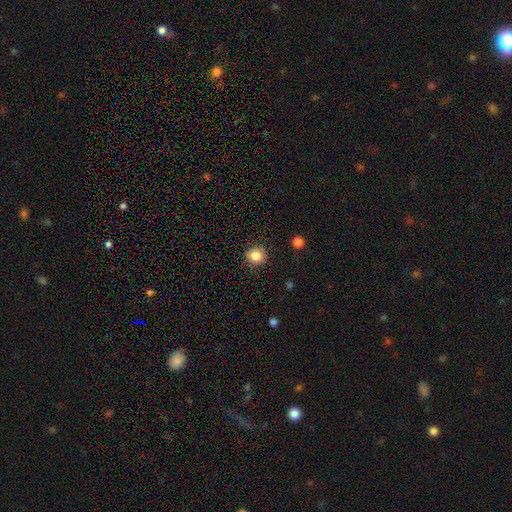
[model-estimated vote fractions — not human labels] Smooth or featured: smooth — 83% (star or artifact — 11%)
How rounded: round — 90% (in between — 9%)
Merging: none — 90% (minor disturbance — 7%)